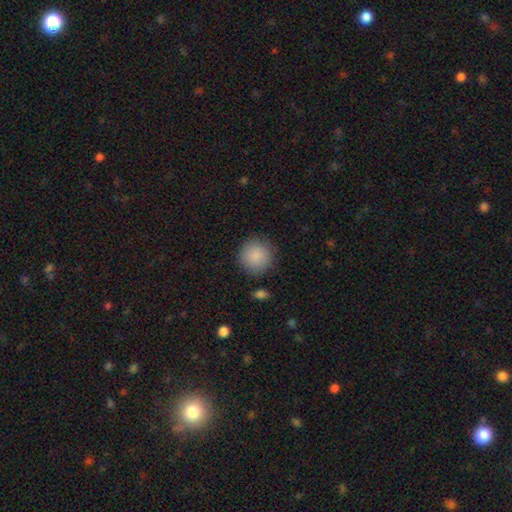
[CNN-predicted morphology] smooth_or_featured: smooth (p=0.88) [alt: star or artifact p=0.08]
how_rounded: round (p=0.94) [alt: in between p=0.05]
merging: none (p=0.87) [alt: minor disturbance p=0.08]